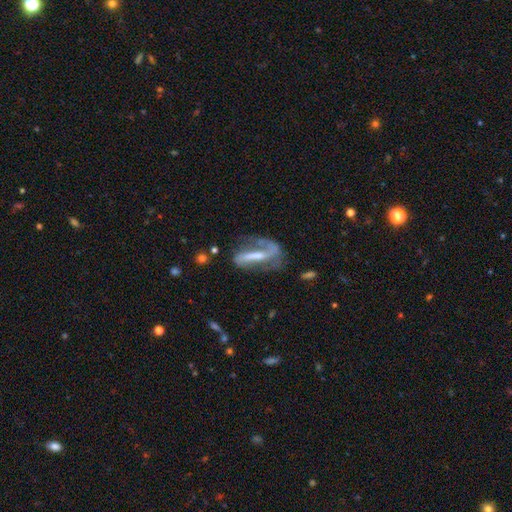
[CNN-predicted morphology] featured or disk 77%, smooth 15%, star or artifact 8%. Down the decision tree: edge-on disk — no (85%); bar — strong (58%); spiral arms — yes (85%); spiral arm count — 2 (62%); spiral winding — loose (44%); bulge size — small (43%); merging — none (45%).